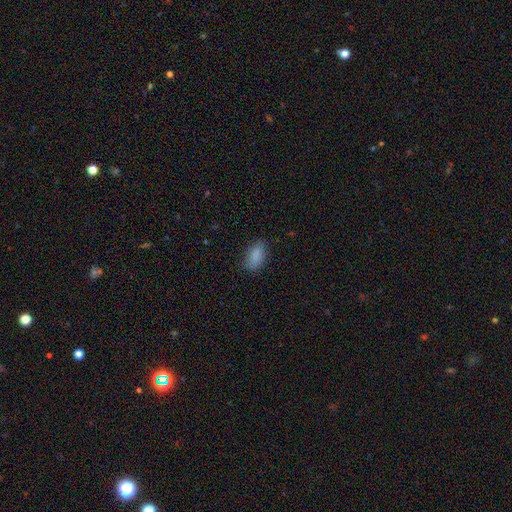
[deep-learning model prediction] Morphology: type=smooth (87%); roundness=in between (91%); merging=none (78%).